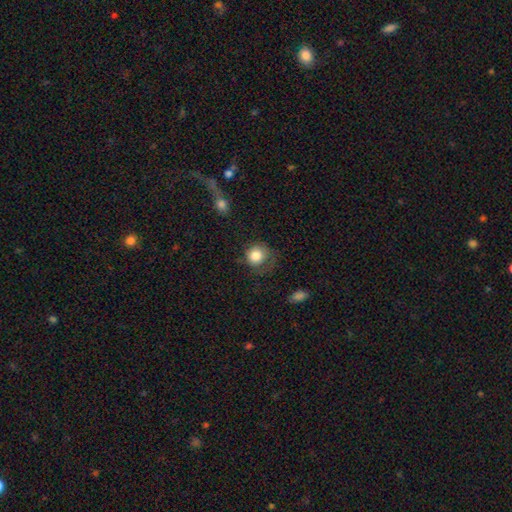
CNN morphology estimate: Smooth or featured? Predicted: smooth (p=0.83). How rounded? Predicted: round (p=0.85). Merging? Predicted: none (p=0.53).